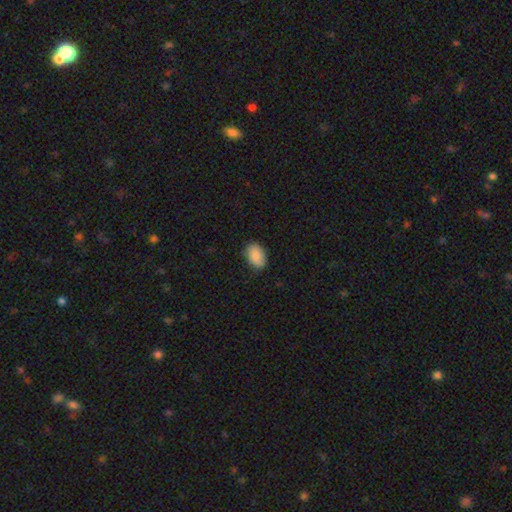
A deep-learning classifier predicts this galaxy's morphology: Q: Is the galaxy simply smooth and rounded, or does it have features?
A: smooth — 88%.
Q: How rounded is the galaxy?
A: in between — 89%.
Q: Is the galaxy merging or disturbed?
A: none — 84%.